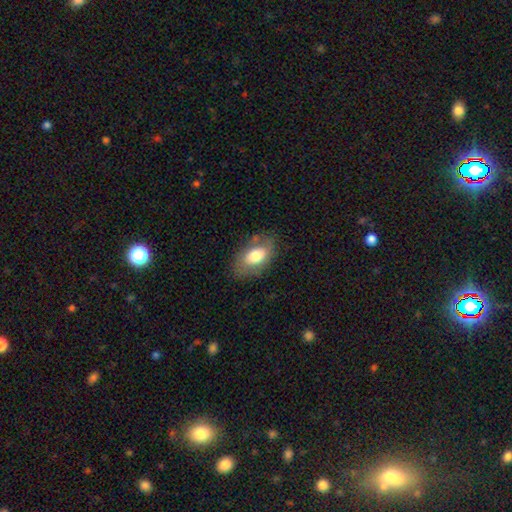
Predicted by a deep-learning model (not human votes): A smooth galaxy with no disk features (68%) that is in between round and cigar-shaped (91%). Merging: none (71%).